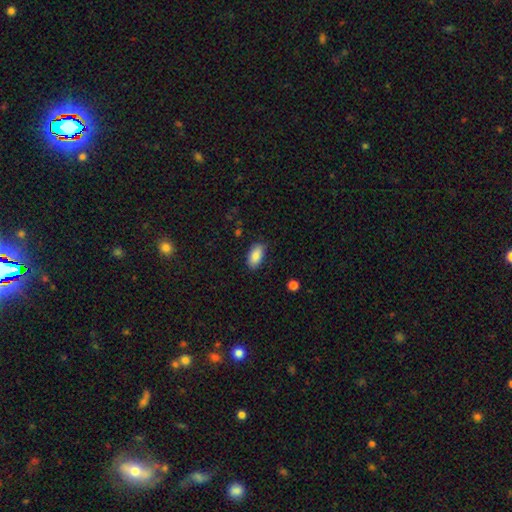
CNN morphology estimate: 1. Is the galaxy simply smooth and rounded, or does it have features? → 87% smooth, 7% star or artifact, 6% featured or disk.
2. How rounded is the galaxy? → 93% in between, 4% cigar-shaped, 3% round.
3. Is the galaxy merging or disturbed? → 83% none, 13% minor disturbance, 3% major disturbance, 1% merger.